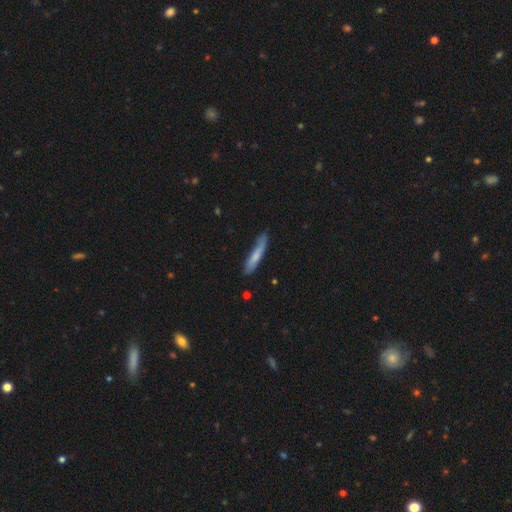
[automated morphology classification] A smooth galaxy with no disk features (71%) that is cigar-shaped (91%).

Vote fractions:
- Smooth or featured? smooth: 71% / featured or disk: 24% / star or artifact: 5%
- How rounded? cigar-shaped: 91% / in between: 7% / round: 1%
- Merging? none: 71% / minor disturbance: 23% / major disturbance: 4% / merger: 2%